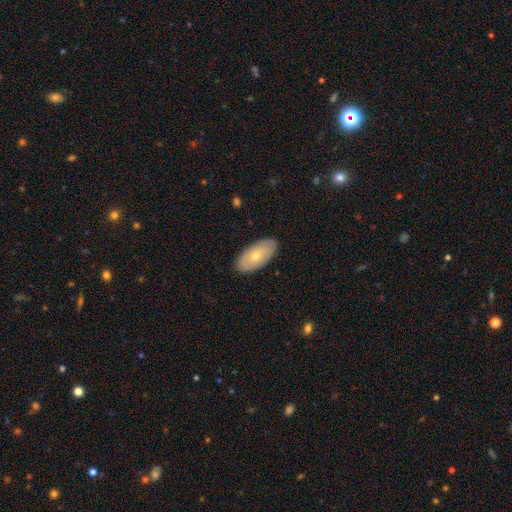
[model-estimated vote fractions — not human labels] Q: Smooth or featured?
A: smooth (56%); runner-up: featured or disk (38%)
Q: How rounded?
A: in between (93%); runner-up: cigar-shaped (4%)
Q: Merging?
A: none (88%); runner-up: minor disturbance (9%)